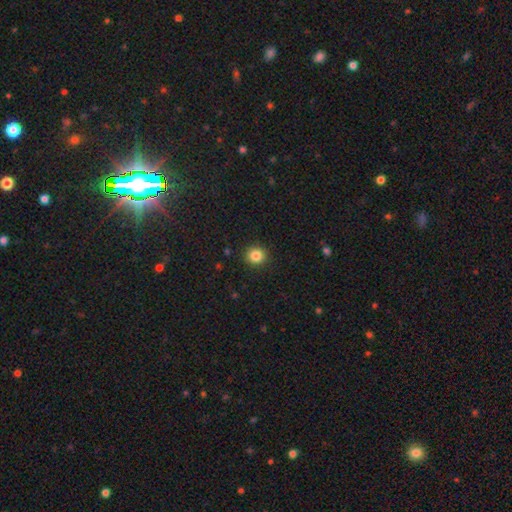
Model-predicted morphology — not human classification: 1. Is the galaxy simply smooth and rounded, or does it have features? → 85% smooth, 10% star or artifact, 5% featured or disk.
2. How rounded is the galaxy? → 89% round, 10% in between, 1% cigar-shaped.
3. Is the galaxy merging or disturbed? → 91% none, 5% minor disturbance, 2% major disturbance, 1% merger.